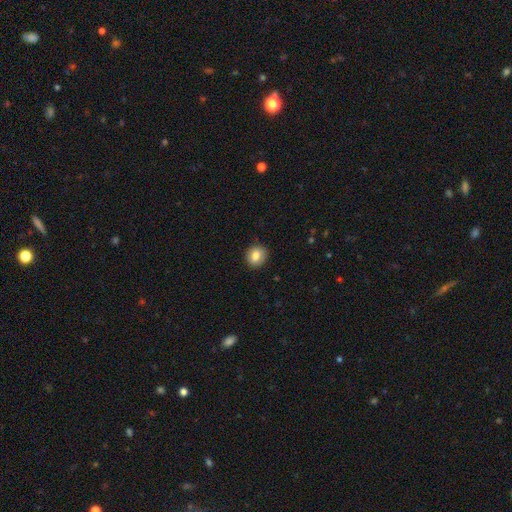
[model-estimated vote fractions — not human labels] This appears to be a smooth galaxy with no disk features (82%) that is round (79%). Merging: none (89%).